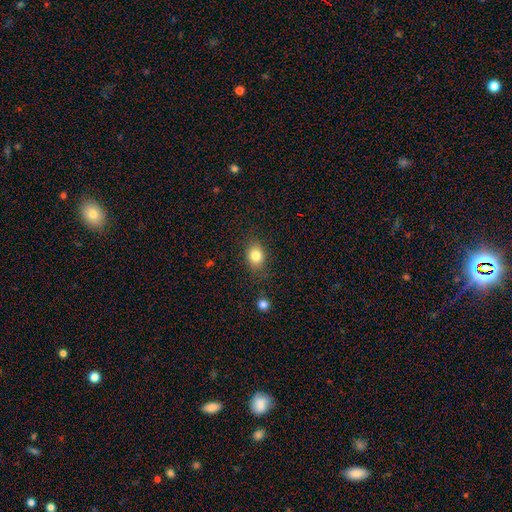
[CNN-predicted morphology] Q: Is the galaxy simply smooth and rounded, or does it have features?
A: smooth — 82%.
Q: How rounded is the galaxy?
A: in between — 58%.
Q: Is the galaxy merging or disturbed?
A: none — 80%.